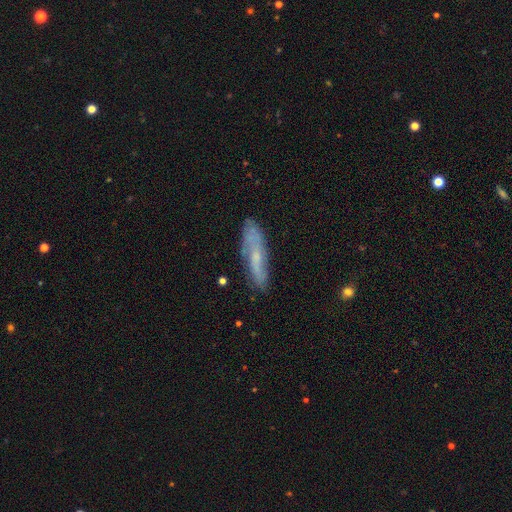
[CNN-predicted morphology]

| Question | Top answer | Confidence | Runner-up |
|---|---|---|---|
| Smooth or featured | featured or disk | 60% | smooth (32%) |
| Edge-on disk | no | 64% | yes (36%) |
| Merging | none | 74% | minor disturbance (19%) |